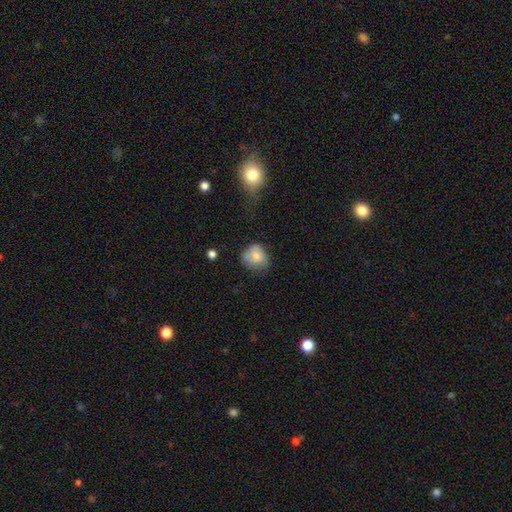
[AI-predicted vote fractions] The model was most divided on "merging": none: 48%, minor disturbance: 34%, major disturbance: 14%, merger: 3%. More confident: smooth or featured — smooth (74%); how rounded — round (66%).